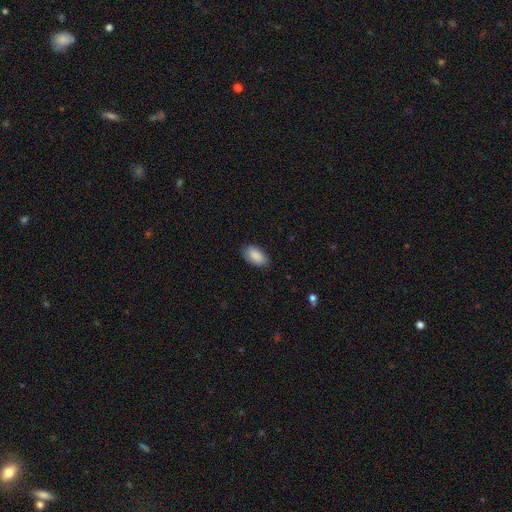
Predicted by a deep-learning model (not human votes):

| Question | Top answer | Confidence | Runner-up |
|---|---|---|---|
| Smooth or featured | smooth | 89% | star or artifact (6%) |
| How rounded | in between | 95% | round (4%) |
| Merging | none | 82% | minor disturbance (14%) |